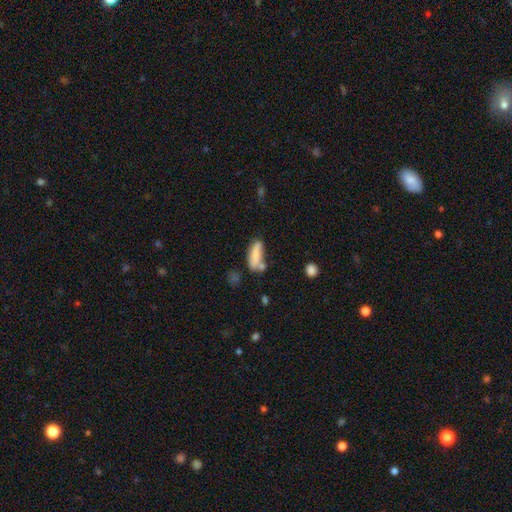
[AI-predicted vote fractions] This is likely a smooth galaxy (77%). How rounded: possibly in between (60%). Merging: possibly none (47%).